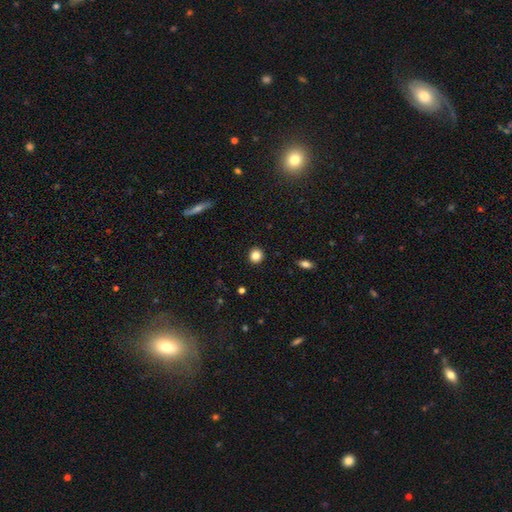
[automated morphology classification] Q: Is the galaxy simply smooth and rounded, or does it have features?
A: smooth — 84%.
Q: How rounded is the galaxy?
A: round — 91%.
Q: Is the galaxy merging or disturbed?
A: none — 92%.